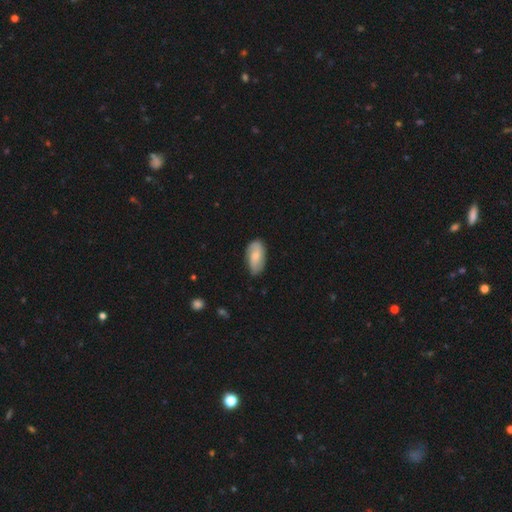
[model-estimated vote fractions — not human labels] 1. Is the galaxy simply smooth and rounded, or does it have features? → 60% smooth, 34% featured or disk, 6% star or artifact.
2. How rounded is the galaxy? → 93% in between, 4% round, 4% cigar-shaped.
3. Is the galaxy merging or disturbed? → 71% none, 24% minor disturbance, 4% major disturbance, 1% merger.